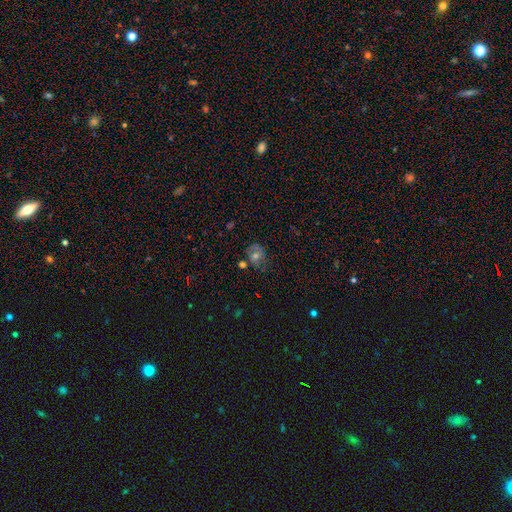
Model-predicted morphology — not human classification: A featured or disk galaxy (44%). Merging: none (62%).